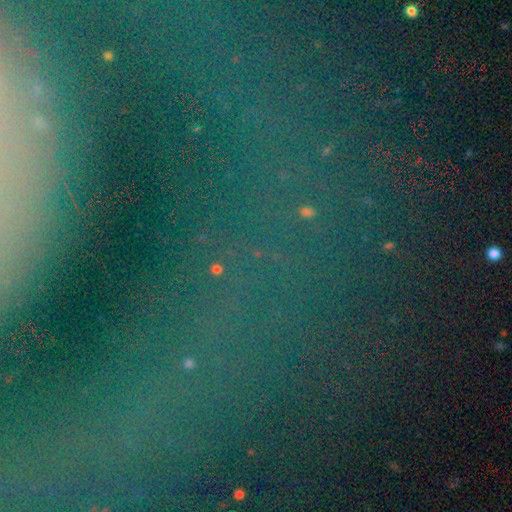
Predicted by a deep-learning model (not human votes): A star or artifact, not a galaxy (77%).